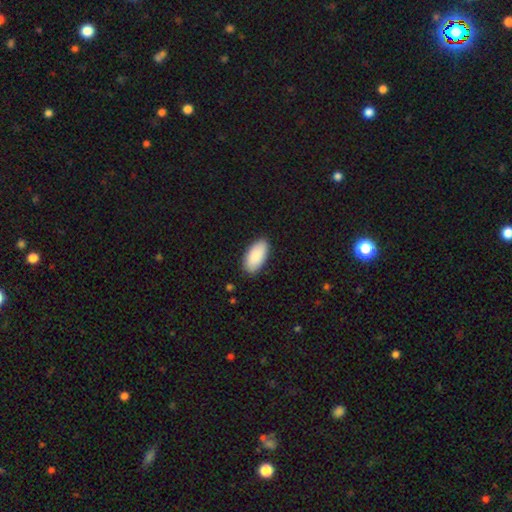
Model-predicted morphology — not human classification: This appears to be a smooth galaxy with no disk features (89%) that is in between round and cigar-shaped (94%). Merging: none (87%).